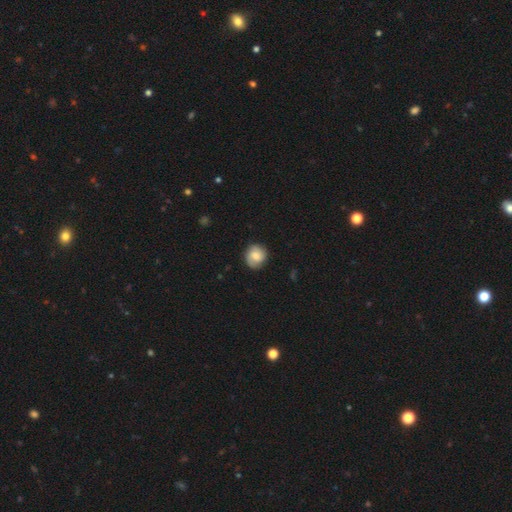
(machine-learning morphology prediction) A smooth galaxy with no disk features (59%) that is round (84%). Merging: none (82%).